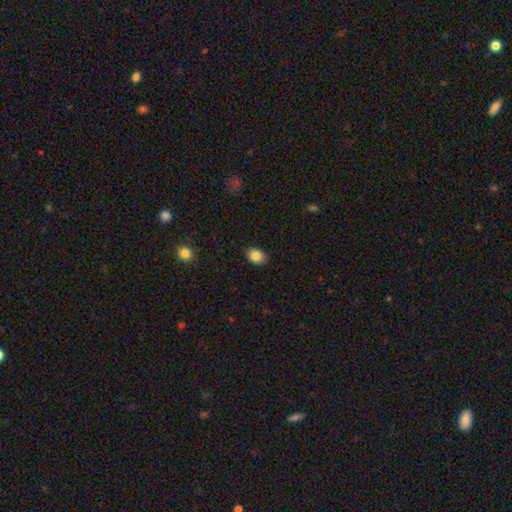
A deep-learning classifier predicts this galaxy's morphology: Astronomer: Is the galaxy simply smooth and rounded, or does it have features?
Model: smooth — 87%.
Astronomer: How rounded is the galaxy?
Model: in between — 72%.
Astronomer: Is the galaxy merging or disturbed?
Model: none — 88%.